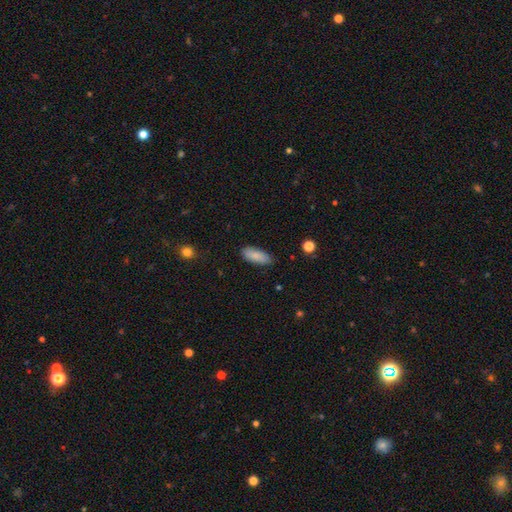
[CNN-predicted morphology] A smooth galaxy with no disk features (87%) that is in between round and cigar-shaped (76%).

Vote fractions:
- Smooth or featured? smooth: 87% / star or artifact: 7% / featured or disk: 6%
- How rounded? in between: 76% / cigar-shaped: 23% / round: 2%
- Merging? none: 83% / minor disturbance: 13% / major disturbance: 2% / merger: 1%